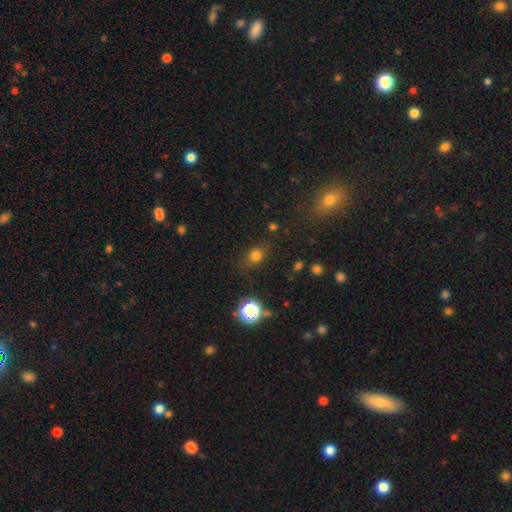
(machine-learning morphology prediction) The model was most divided on "how rounded": round: 58%, in between: 41%, cigar-shaped: 2%. More confident: merging — none (78%); smooth or featured — smooth (76%).